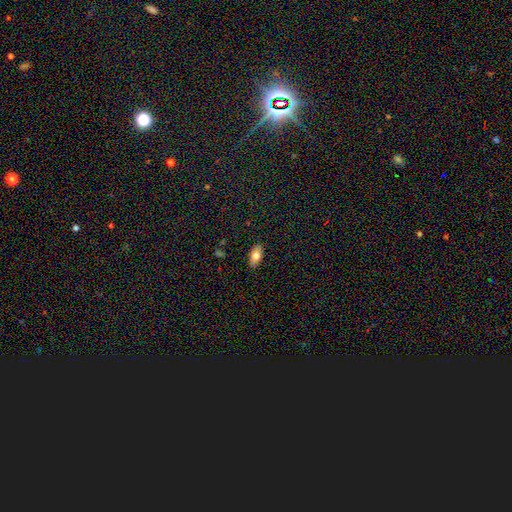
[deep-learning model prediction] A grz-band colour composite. It shows a smooth galaxy with no disk features (76%) that is in between round and cigar-shaped (89%). Merging: none (88%).